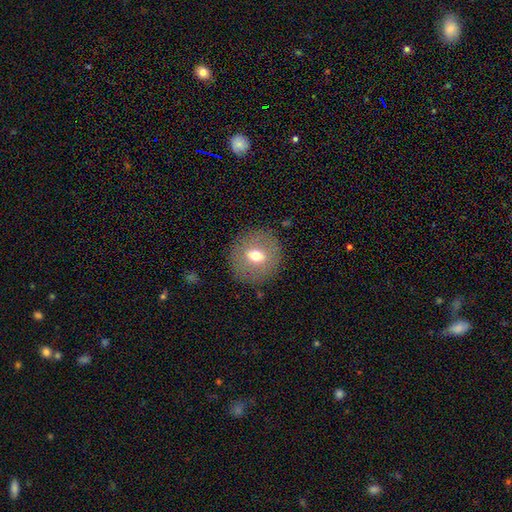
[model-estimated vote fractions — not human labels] smooth 56%, featured or disk 34%, star or artifact 10%. Down the decision tree: how rounded — round (84%); merging — none (87%).